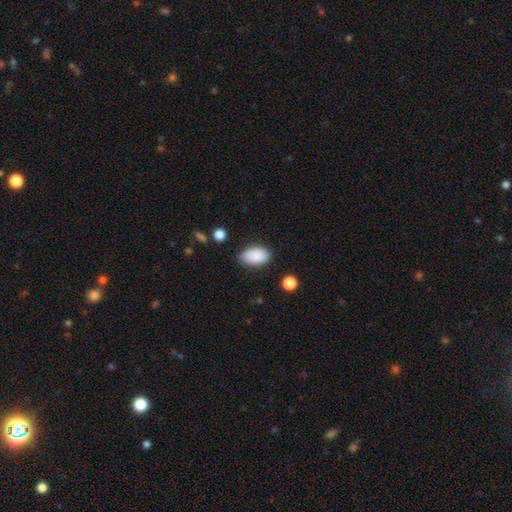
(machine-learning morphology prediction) smooth_or_featured: smooth (p=0.89) [alt: star or artifact p=0.07]
how_rounded: in between (p=0.93) [alt: round p=0.06]
merging: none (p=0.79) [alt: minor disturbance p=0.16]